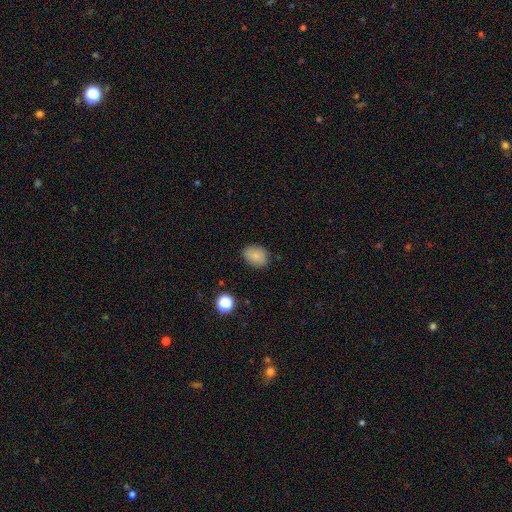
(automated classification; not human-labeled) This is clearly a smooth galaxy (82%). How rounded: likely in between (65%). Merging: clearly none (83%).